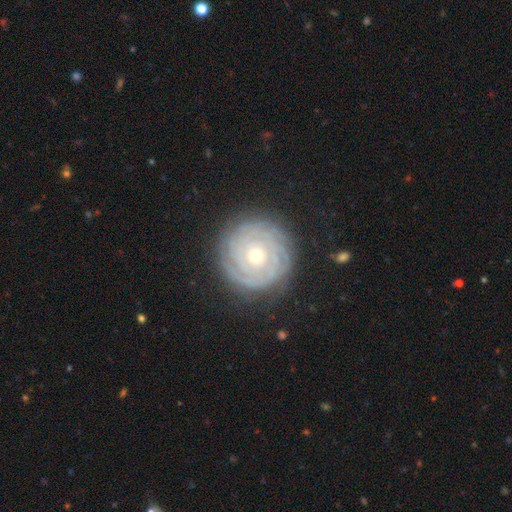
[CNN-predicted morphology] A featured or disk galaxy (84%) with no bar (82%), tight (90%) spiral arms (96%) and a small central bulge (64%).

Vote fractions:
- Smooth or featured? featured or disk: 84% / smooth: 10% / star or artifact: 6%
- Edge-on disk? no: 98% / yes: 2%
- Bar? no: 82% / weak: 13% / strong: 5%
- Spiral arms? yes: 96% / no: 4%
- Spiral winding? tight: 90% / medium: 8% / loose: 2%
- Spiral arm count? can't tell: 29% / 4: 17% / 3: 17% / 2: 15% / more than 4: 13% / 1: 8%
- Bulge size? small: 64% / moderate: 33% / large: 1% / dominant: 1% / none: 1%
- Merging? none: 85% / minor disturbance: 11% / major disturbance: 3% / merger: 1%